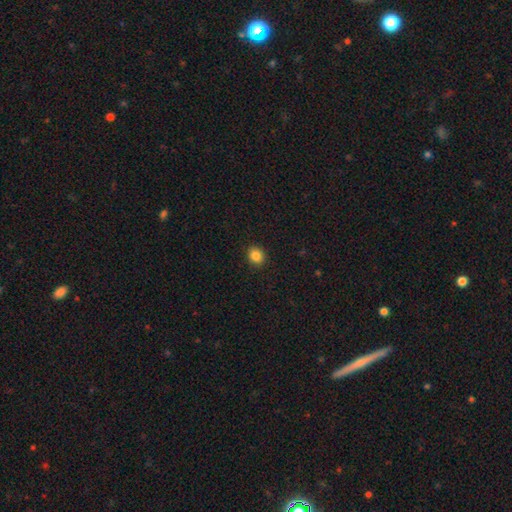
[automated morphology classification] A smooth galaxy with no disk features (86%) that is round (72%).

Vote fractions:
- Smooth or featured? smooth: 86% / star or artifact: 10% / featured or disk: 4%
- How rounded? round: 72% / in between: 27% / cigar-shaped: 1%
- Merging? none: 91% / minor disturbance: 6% / major disturbance: 2% / merger: 1%